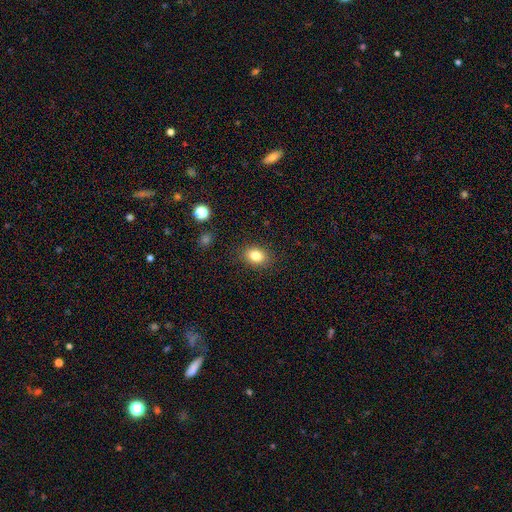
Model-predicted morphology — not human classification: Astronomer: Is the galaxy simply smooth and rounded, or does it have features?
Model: smooth — 83%.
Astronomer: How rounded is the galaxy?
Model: in between — 71%.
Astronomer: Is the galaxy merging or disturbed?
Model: none — 87%.